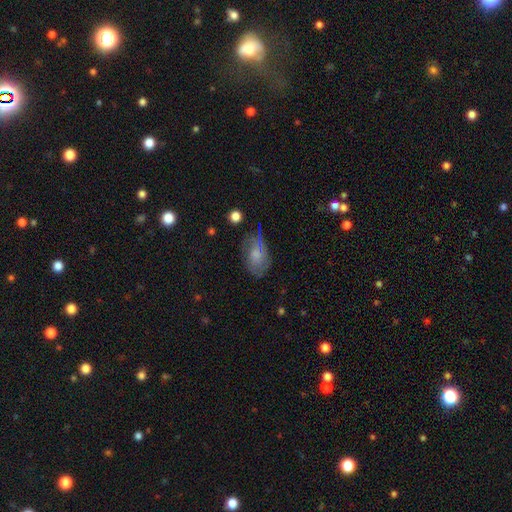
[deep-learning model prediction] Smooth or featured?
  - smooth: 42% *
  - featured or disk: 41%
  - star or artifact: 17%
Merging?
  - none: 58% *
  - minor disturbance: 25%
  - major disturbance: 14%
  - merger: 3%